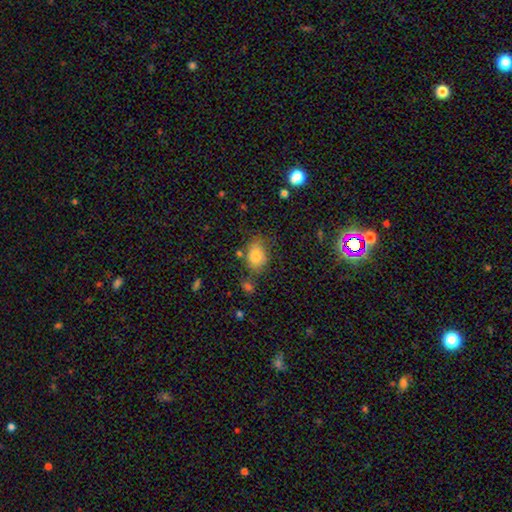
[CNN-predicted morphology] smooth 81%, star or artifact 10%, featured or disk 10%. Down the decision tree: how rounded — in between (77%); merging — none (67%).